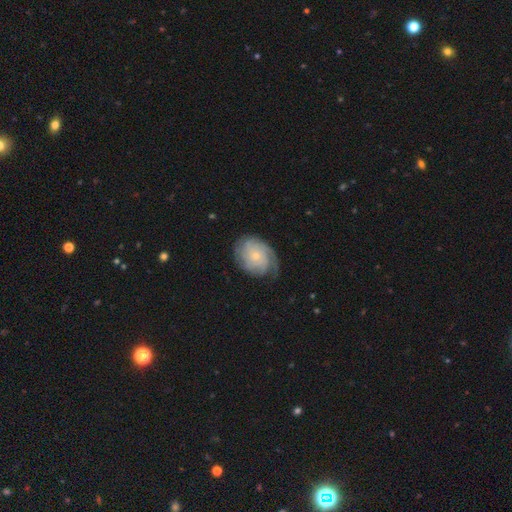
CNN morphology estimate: Smooth or featured?
  - featured or disk: 74% *
  - smooth: 20%
  - star or artifact: 6%
Edge-on disk?
  - no: 97% *
  - yes: 3%
Bar?
  - no: 80% *
  - weak: 18%
  - strong: 2%
Spiral arms?
  - yes: 93% *
  - no: 7%
Spiral winding?
  - tight: 65% *
  - medium: 26%
  - loose: 10%
Spiral arm count?
  - can't tell: 41% *
  - 3: 17%
  - 2: 17%
  - 4: 10%
  - 1: 8%
  - more than 4: 6%
Bulge size?
  - small: 71% *
  - moderate: 24%
  - none: 2%
  - large: 2%
  - dominant: 1%
Merging?
  - none: 65% *
  - minor disturbance: 23%
  - major disturbance: 11%
  - merger: 1%